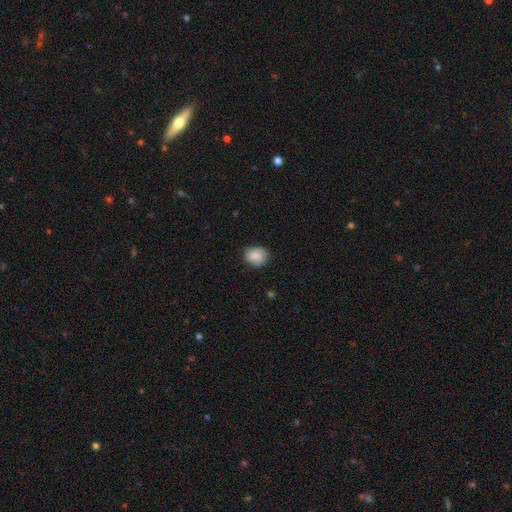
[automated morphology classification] smooth 84%, featured or disk 8%, star or artifact 8%. Down the decision tree: how rounded — round (60%); merging — none (76%).